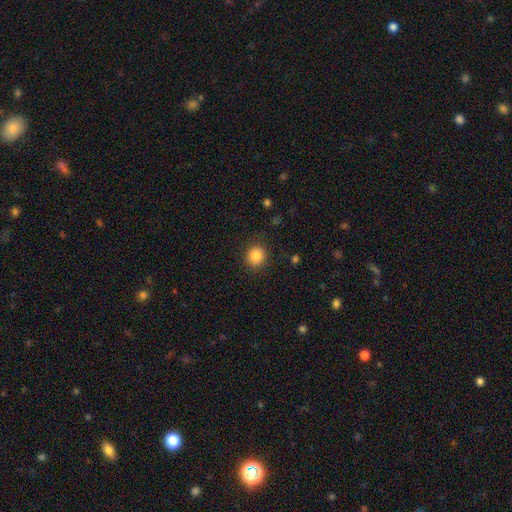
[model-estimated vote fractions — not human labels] smooth_or_featured: smooth (p=0.86) [alt: star or artifact p=0.10]
how_rounded: round (p=0.86) [alt: in between p=0.13]
merging: none (p=0.89) [alt: minor disturbance p=0.07]